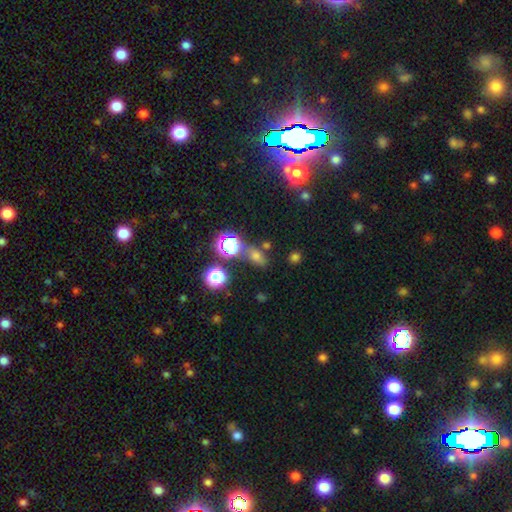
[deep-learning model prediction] Overall: smooth (58%; star or artifact 32%). How rounded: in between (66%; round 30%). Merging: none (66%).